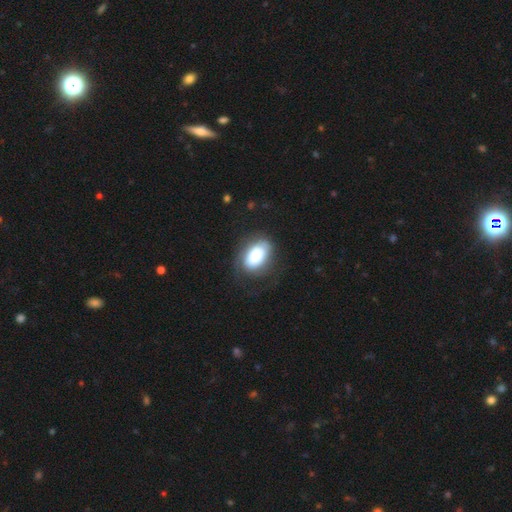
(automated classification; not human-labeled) Smooth or featured? Predicted: smooth (p=0.74). How rounded? Predicted: in between (p=0.89). Merging? Predicted: none (p=0.64).